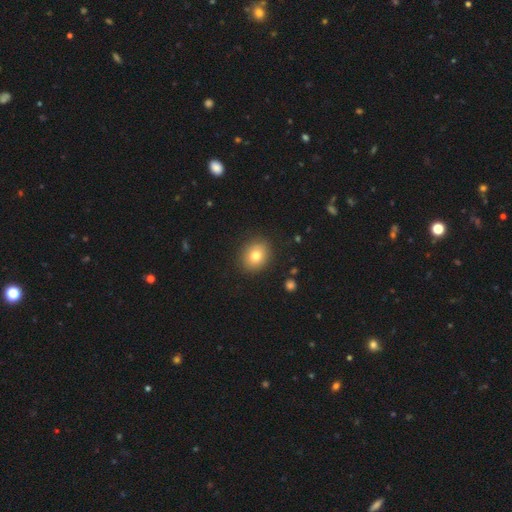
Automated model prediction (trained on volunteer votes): A smooth galaxy with no disk features (79%) that is round (62%).

Vote fractions:
- Smooth or featured? smooth: 79% / featured or disk: 11% / star or artifact: 10%
- How rounded? round: 62% / in between: 37% / cigar-shaped: 1%
- Merging? none: 88% / minor disturbance: 8% / major disturbance: 2% / merger: 1%